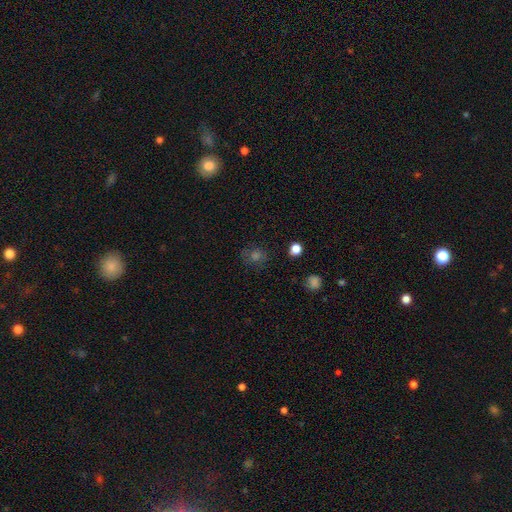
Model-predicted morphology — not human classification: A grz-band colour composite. It shows a smooth galaxy with no disk features (55%) that is round (80%). Merging: none (81%).